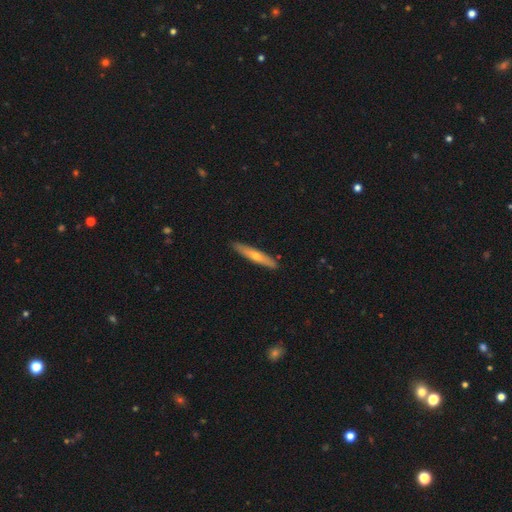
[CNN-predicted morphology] Q: Smooth or featured?
A: featured or disk (54%); runner-up: smooth (39%)
Q: Edge-on disk?
A: yes (90%); runner-up: no (10%)
Q: Merging?
A: none (89%); runner-up: minor disturbance (8%)